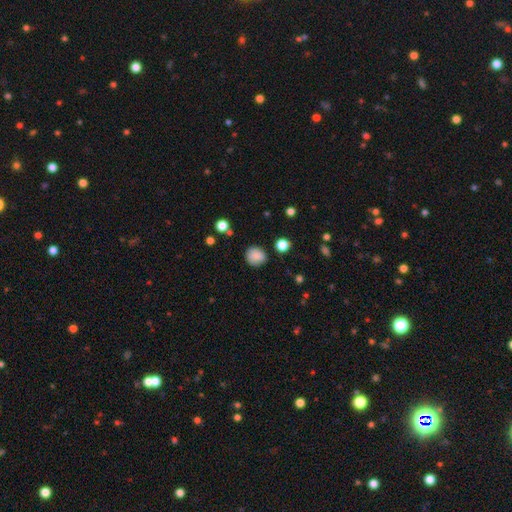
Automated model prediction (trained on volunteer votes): A smooth galaxy with no disk features (85%) that is round (82%).

Vote fractions:
- Smooth or featured? smooth: 85% / star or artifact: 10% / featured or disk: 5%
- How rounded? round: 82% / in between: 17% / cigar-shaped: 1%
- Merging? none: 81% / minor disturbance: 13% / major disturbance: 3% / merger: 2%